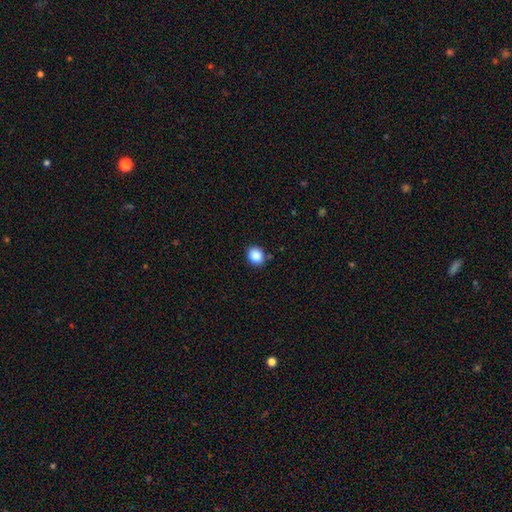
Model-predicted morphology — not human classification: A smooth galaxy with no disk features (87%) that is round (77%). Merging: none (86%).